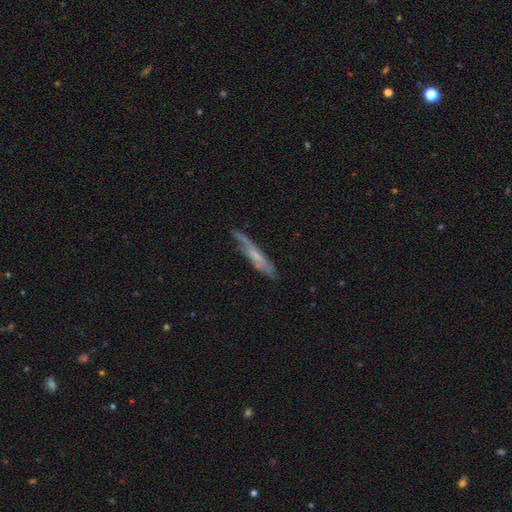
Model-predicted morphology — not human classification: Smooth or featured?
  - featured or disk: 54% *
  - smooth: 39%
  - star or artifact: 7%
Edge-on disk?
  - yes: 63% *
  - no: 37%
Merging?
  - none: 65% *
  - minor disturbance: 24%
  - major disturbance: 8%
  - merger: 2%